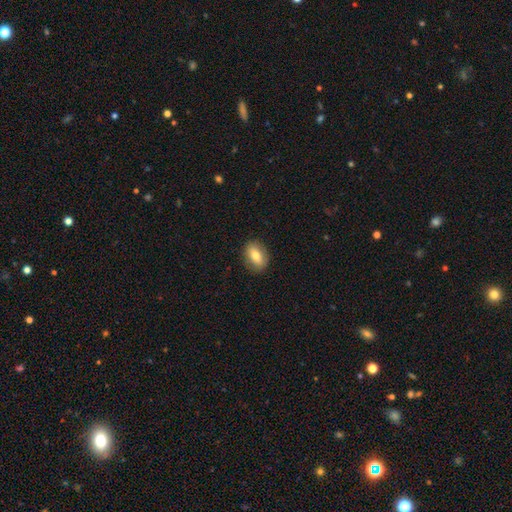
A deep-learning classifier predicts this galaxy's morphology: This appears to be a smooth galaxy with no disk features (71%) that is in between round and cigar-shaped (80%). Merging: none (86%).